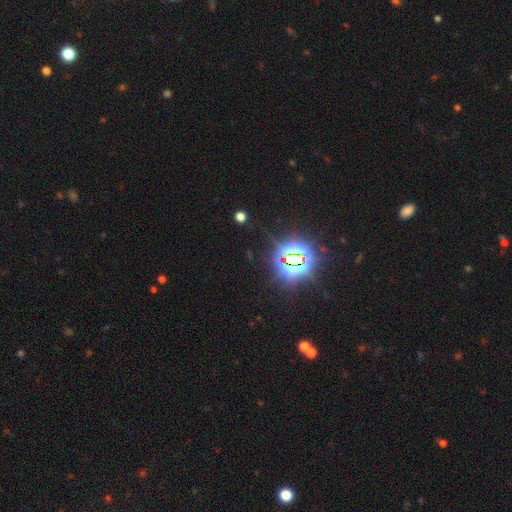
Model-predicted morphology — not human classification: smooth-or-featured: star or artifact: 84% | smooth: 10% | featured or disk: 7%